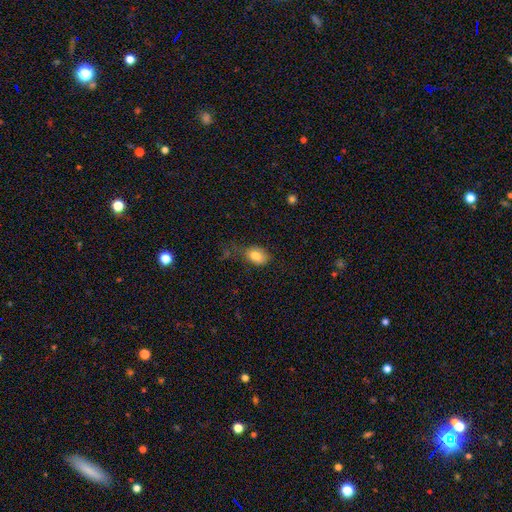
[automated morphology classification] Smooth or featured? Predicted: smooth (p=0.81). How rounded? Predicted: in between (p=0.78). Merging? Predicted: none (p=0.60).